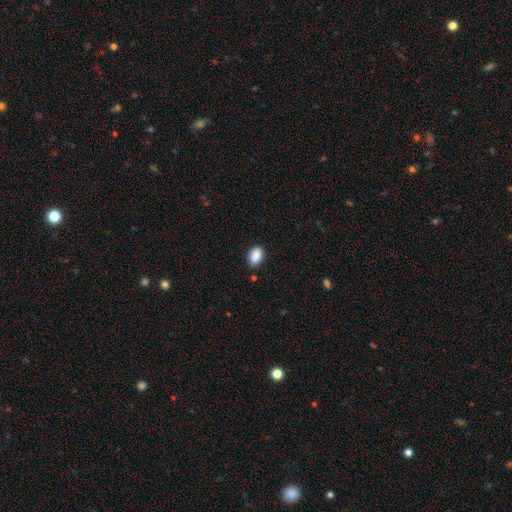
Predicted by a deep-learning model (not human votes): This appears to be a smooth galaxy with no disk features (90%) that is in between round and cigar-shaped (89%). Merging: none (85%).